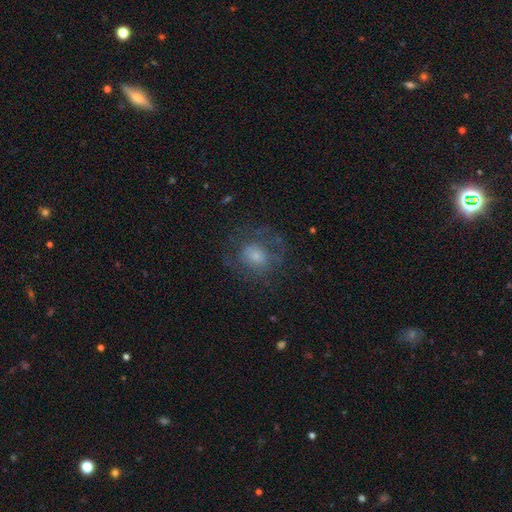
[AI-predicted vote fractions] A smooth galaxy with no disk features (48%).

Vote fractions:
- Smooth or featured? smooth: 48% / featured or disk: 40% / star or artifact: 13%
- Merging? none: 59% / major disturbance: 21% / minor disturbance: 19% / merger: 1%